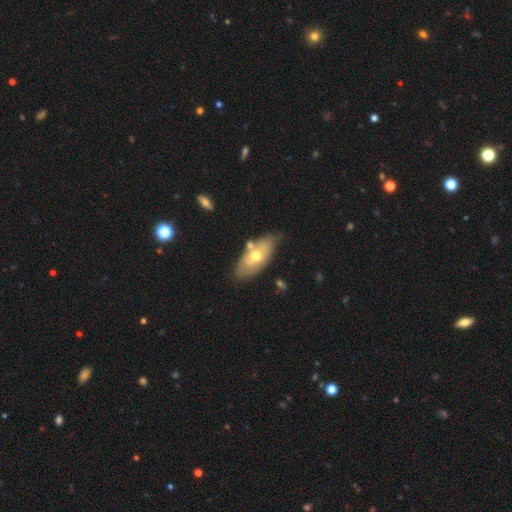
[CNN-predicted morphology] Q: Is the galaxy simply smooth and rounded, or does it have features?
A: smooth — 53%.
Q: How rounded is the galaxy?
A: in between — 86%.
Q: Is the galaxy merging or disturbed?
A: none — 66%.